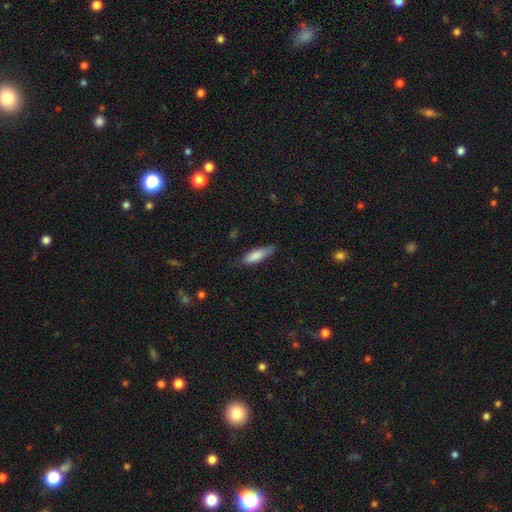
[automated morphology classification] smooth-or-featured: smooth: 81% | featured or disk: 13% | star or artifact: 6%
  how-rounded: in between: 54% | cigar-shaped: 45% | round: 2%
  merging: none: 67% | minor disturbance: 26% | major disturbance: 5% | merger: 1%